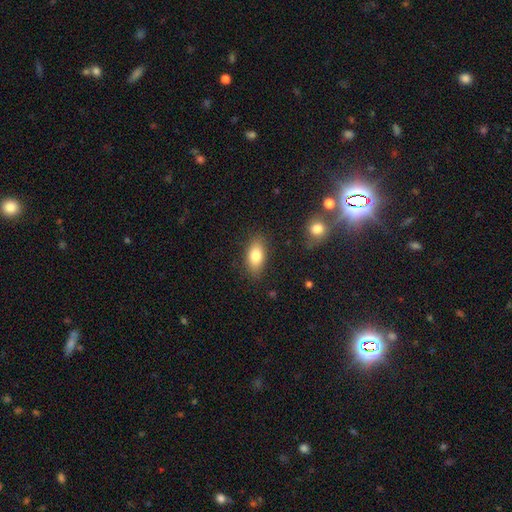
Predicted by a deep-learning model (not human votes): Q: Smooth or featured?
A: smooth (81%); runner-up: featured or disk (12%)
Q: How rounded?
A: in between (89%); runner-up: cigar-shaped (6%)
Q: Merging?
A: none (83%); runner-up: minor disturbance (12%)